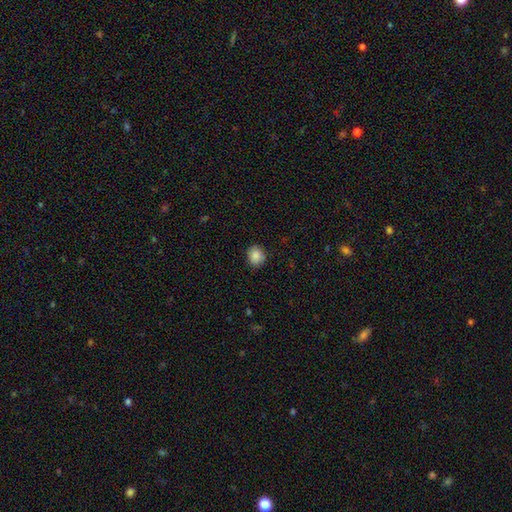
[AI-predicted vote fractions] smooth-or-featured: smooth: 87% | star or artifact: 9% | featured or disk: 4%
  how-rounded: round: 69% | in between: 30% | cigar-shaped: 1%
  merging: none: 85% | minor disturbance: 12% | major disturbance: 2% | merger: 1%